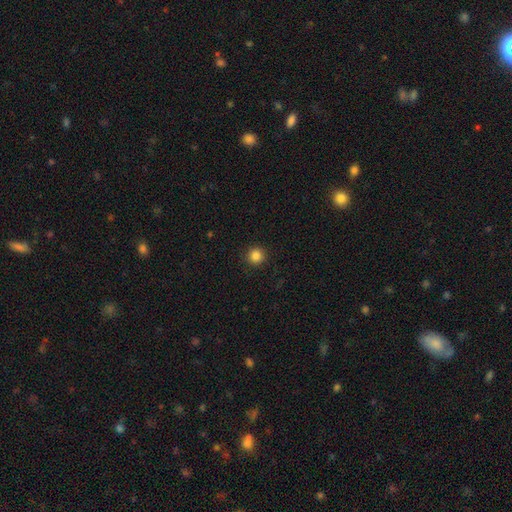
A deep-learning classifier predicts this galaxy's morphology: smooth_or_featured: smooth (p=0.85) [alt: star or artifact p=0.11]
how_rounded: round (p=0.95) [alt: in between p=0.04]
merging: none (p=0.92) [alt: minor disturbance p=0.05]